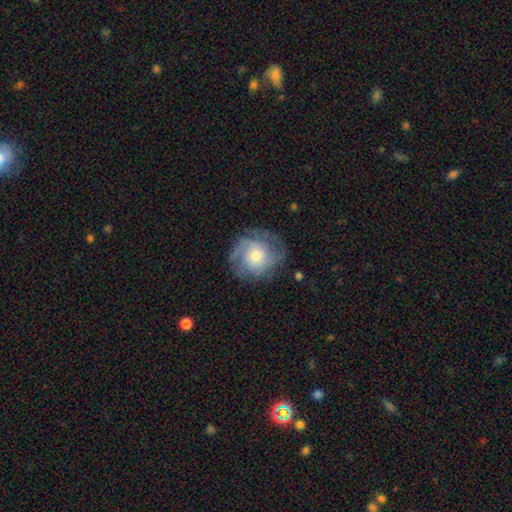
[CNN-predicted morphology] This appears to be a featured or disk galaxy (72%) with no bar (77%), tight (51%) spiral arms (91%) and a moderate central bulge (58%). Merging: none (76%).